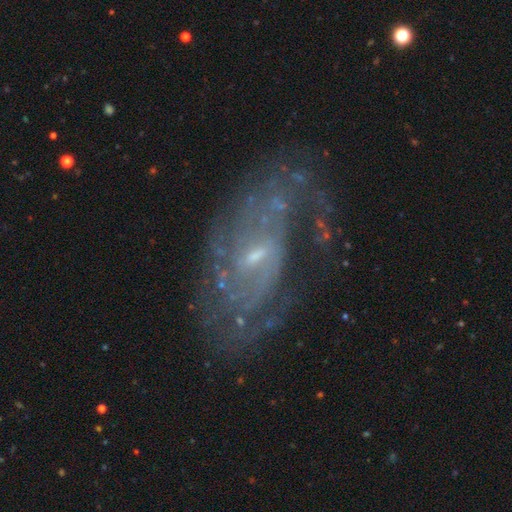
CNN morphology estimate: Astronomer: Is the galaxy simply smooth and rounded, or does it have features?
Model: featured or disk — 83%.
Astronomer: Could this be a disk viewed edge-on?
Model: no — 95%.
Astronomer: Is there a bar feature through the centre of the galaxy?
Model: weak — 46% (runner-up: no, 41%).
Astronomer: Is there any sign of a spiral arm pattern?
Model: yes — 90%.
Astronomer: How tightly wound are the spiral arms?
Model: tight — 46% (runner-up: medium, 38%).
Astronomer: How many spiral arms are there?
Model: can't tell — 37% (runner-up: 2, 36%).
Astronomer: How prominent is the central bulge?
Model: small — 73%.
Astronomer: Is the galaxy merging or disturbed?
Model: none — 64%.